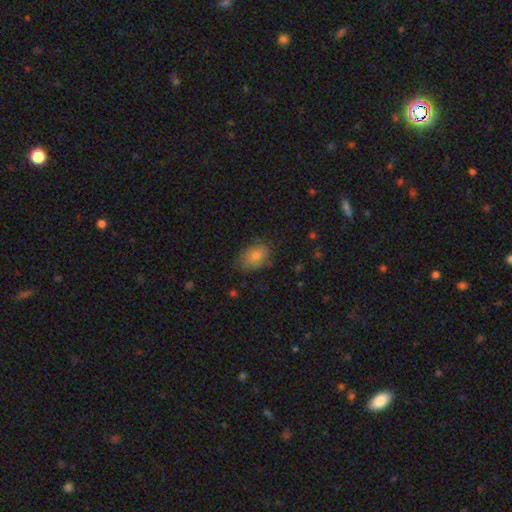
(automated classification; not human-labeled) smooth_or_featured: smooth (p=0.75) [alt: featured or disk p=0.15]
how_rounded: in between (p=0.81) [alt: round p=0.17]
merging: none (p=0.71) [alt: minor disturbance p=0.22]